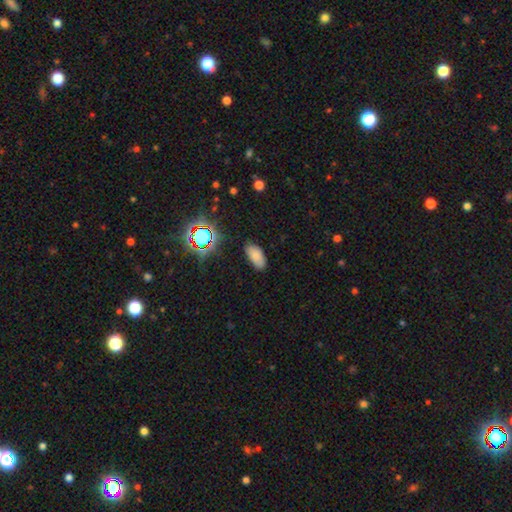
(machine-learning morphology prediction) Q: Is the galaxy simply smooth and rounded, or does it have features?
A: smooth — 78%.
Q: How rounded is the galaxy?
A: in between — 92%.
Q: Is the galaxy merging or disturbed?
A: none — 83%.